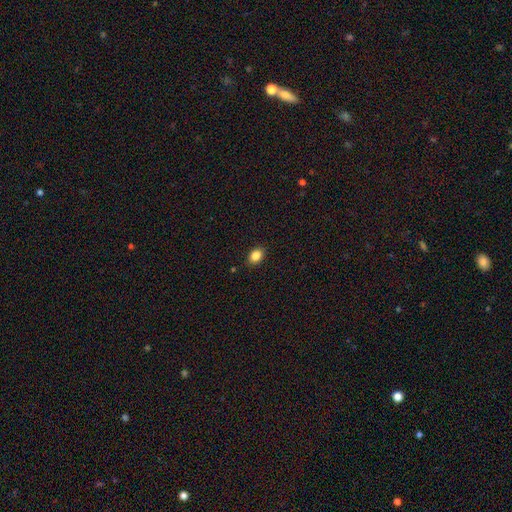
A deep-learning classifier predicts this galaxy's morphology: The model was most divided on "how rounded": in between: 67%, round: 32%, cigar-shaped: 1%. More confident: merging — none (88%); smooth or featured — smooth (86%).